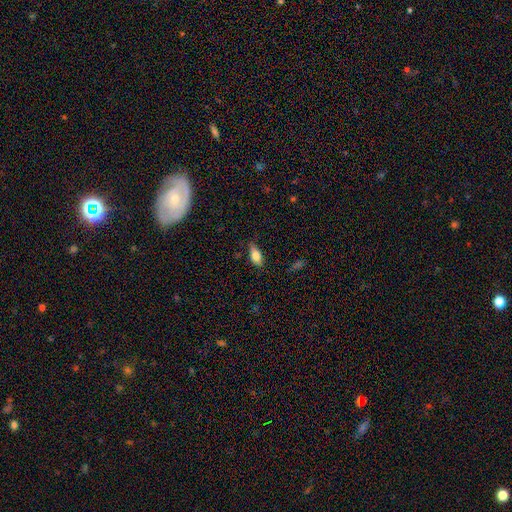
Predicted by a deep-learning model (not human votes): Smooth or featured? smooth (79%)
How rounded? in between (84%)
Merging? none (72%)